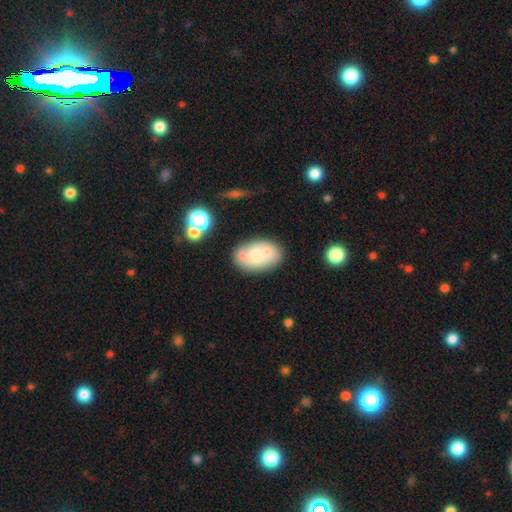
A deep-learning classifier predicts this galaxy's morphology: A smooth galaxy with no disk features (51%) that is in between round and cigar-shaped (87%).

Vote fractions:
- Smooth or featured? smooth: 51% / featured or disk: 41% / star or artifact: 8%
- How rounded? in between: 87% / round: 12% / cigar-shaped: 1%
- Merging? none: 56% / minor disturbance: 20% / merger: 16% / major disturbance: 8%